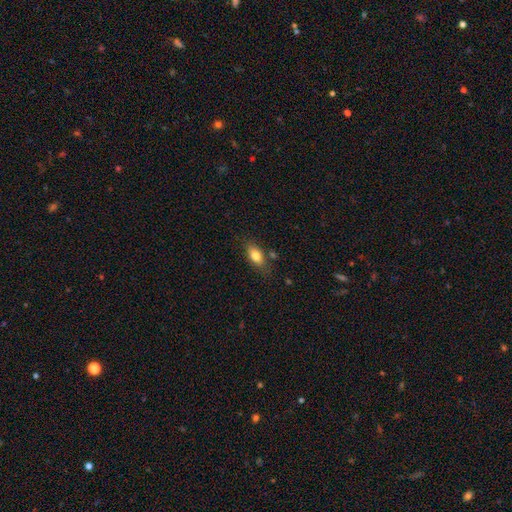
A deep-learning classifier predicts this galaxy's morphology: The model was most divided on "merging": none: 74%, minor disturbance: 17%, merger: 5%, major disturbance: 4%. More confident: how rounded — in between (85%); smooth or featured — smooth (79%).